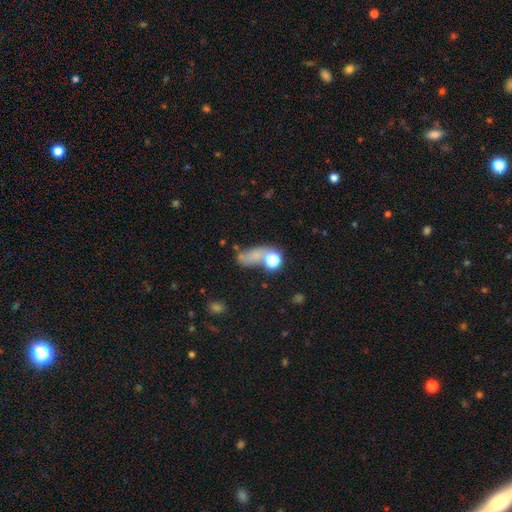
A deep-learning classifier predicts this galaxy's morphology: The model was most divided on "merging": none: 39%, merger: 26%, major disturbance: 18%, minor disturbance: 18%. More confident: how rounded — in between (61%); smooth or featured — smooth (61%).